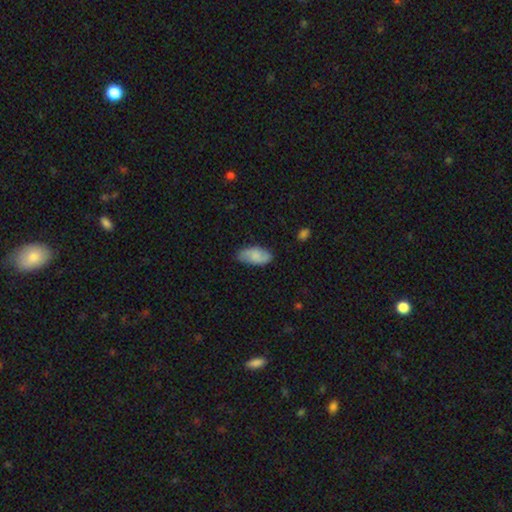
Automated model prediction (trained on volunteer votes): Smooth or featured? smooth (71%)
How rounded? in between (93%)
Merging? none (74%)